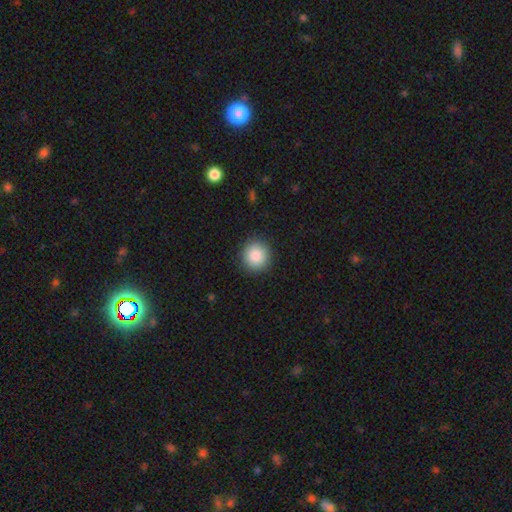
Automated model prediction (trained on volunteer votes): Morphology: type=smooth (88%); roundness=round (91%); merging=none (91%).